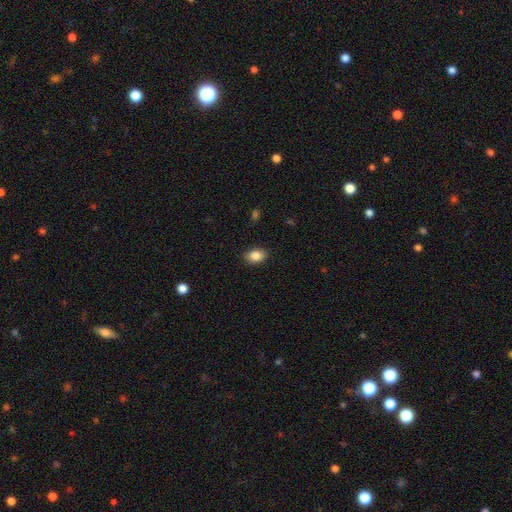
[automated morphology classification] Smooth or featured? smooth (86%)
How rounded? in between (78%)
Merging? none (87%)